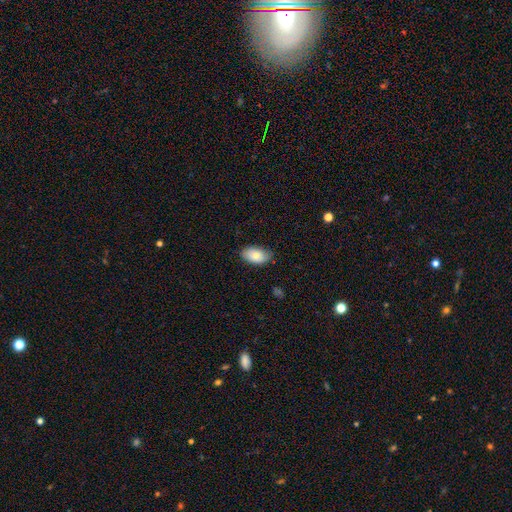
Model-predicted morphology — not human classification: A smooth galaxy with no disk features (78%) that is in between round and cigar-shaped (93%).

Vote fractions:
- Smooth or featured? smooth: 78% / featured or disk: 15% / star or artifact: 7%
- How rounded? in between: 93% / round: 6% / cigar-shaped: 1%
- Merging? none: 76% / minor disturbance: 20% / major disturbance: 3% / merger: 1%